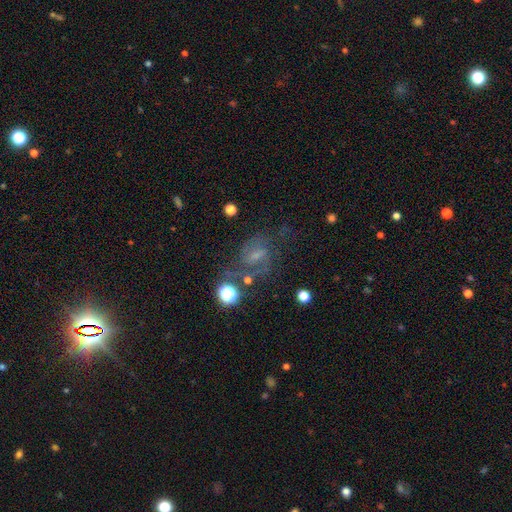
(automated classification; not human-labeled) This appears to be a featured or disk galaxy (65%) with a weak bar (55%), 2 (63%) medium (50%) spiral arms (88%) and a small central bulge (54%). Merging: none (60%).